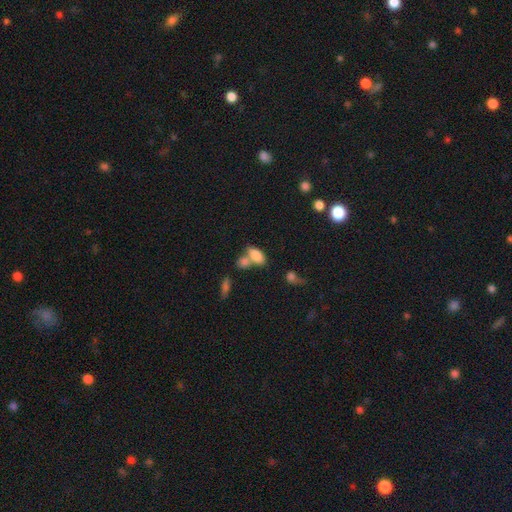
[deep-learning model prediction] This is clearly a smooth galaxy (80%). How rounded: clearly in between (89%). Merging: marginally merger (44%).